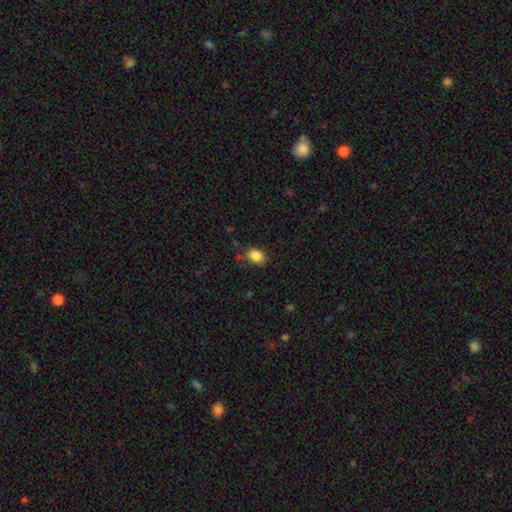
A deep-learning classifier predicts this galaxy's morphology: A smooth galaxy with no disk features (86%) that is in between round and cigar-shaped (74%).

Vote fractions:
- Smooth or featured? smooth: 86% / star or artifact: 9% / featured or disk: 5%
- How rounded? in between: 74% / round: 25% / cigar-shaped: 1%
- Merging? none: 79% / minor disturbance: 15% / major disturbance: 4% / merger: 2%